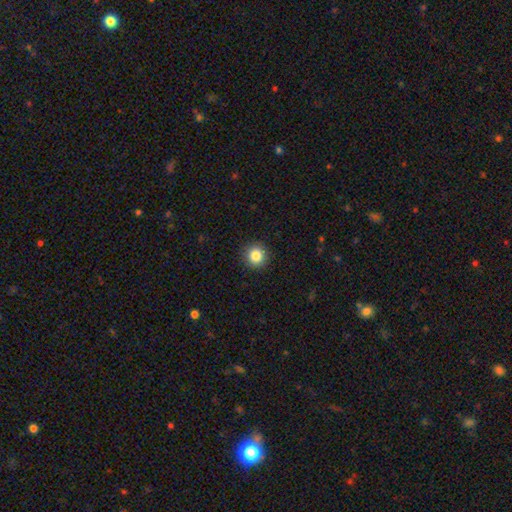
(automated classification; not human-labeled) smooth_or_featured: smooth (p=0.85) [alt: star or artifact p=0.10]
how_rounded: round (p=0.94) [alt: in between p=0.05]
merging: none (p=0.92) [alt: minor disturbance p=0.05]